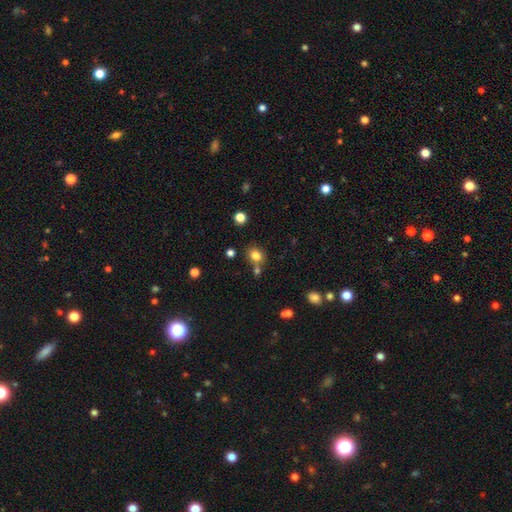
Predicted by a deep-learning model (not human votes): Smooth or featured? smooth (80%)
How rounded? round (59%)
Merging? none (65%)